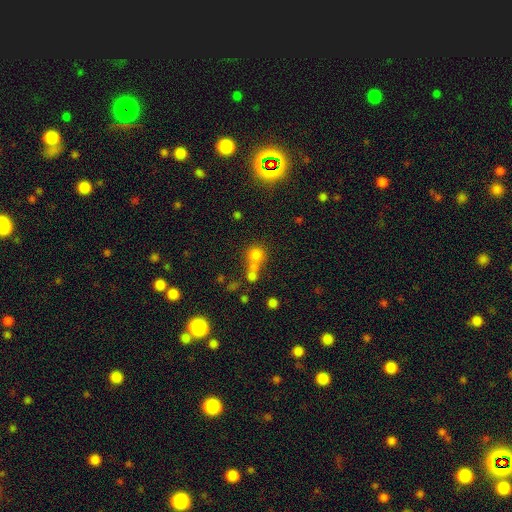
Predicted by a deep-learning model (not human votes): smooth-or-featured: smooth: 72% | star or artifact: 17% | featured or disk: 11%
  how-rounded: round: 85% | in between: 13% | cigar-shaped: 1%
  merging: merger: 48% | none: 40% | minor disturbance: 7% | major disturbance: 5%